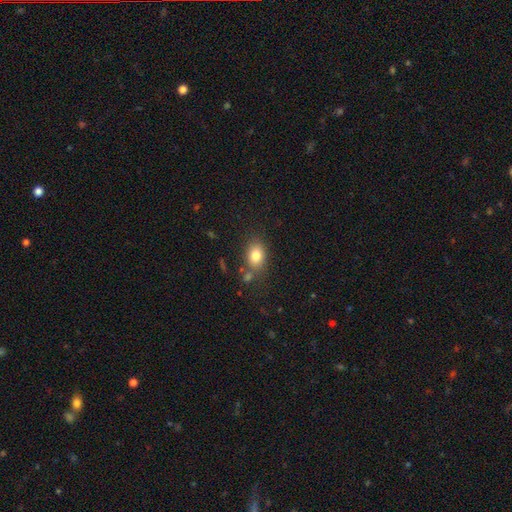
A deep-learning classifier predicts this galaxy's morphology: smooth-or-featured: smooth: 81% | featured or disk: 10% | star or artifact: 10%
  how-rounded: in between: 72% | round: 27% | cigar-shaped: 1%
  merging: none: 72% | minor disturbance: 14% | merger: 9% | major disturbance: 5%